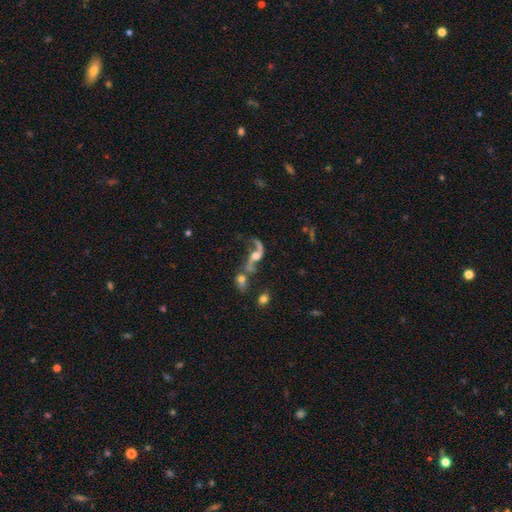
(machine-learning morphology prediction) The model was most divided on "merging": merger: 39%, none: 34%, major disturbance: 15%, minor disturbance: 12%. More confident: edge-on disk — no (92%); spiral arms — yes (89%); spiral winding — loose (88%); spiral arm count — 2 (85%); smooth or featured — featured or disk (80%); bar — no (59%); bulge size — moderate (51%).